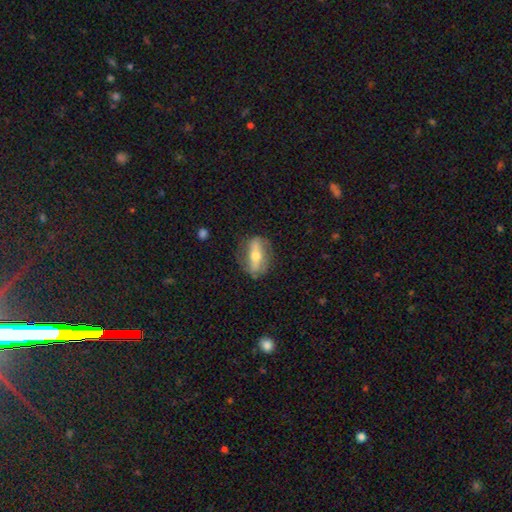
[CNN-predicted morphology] Smooth or featured? Predicted: featured or disk (p=0.61). Edge-on disk? Predicted: no (p=0.66). Merging? Predicted: none (p=0.76).